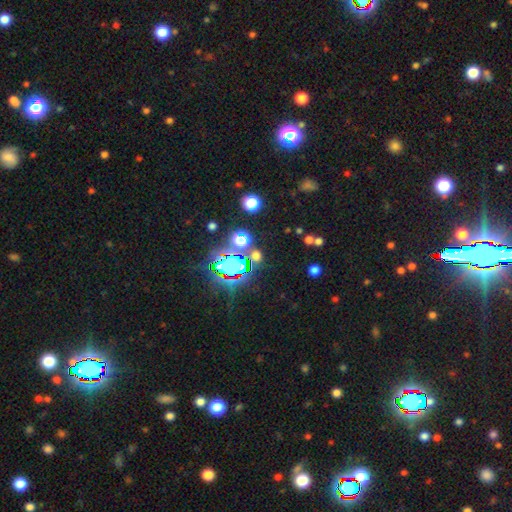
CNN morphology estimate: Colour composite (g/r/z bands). It shows a star or artifact, not a galaxy (56%).